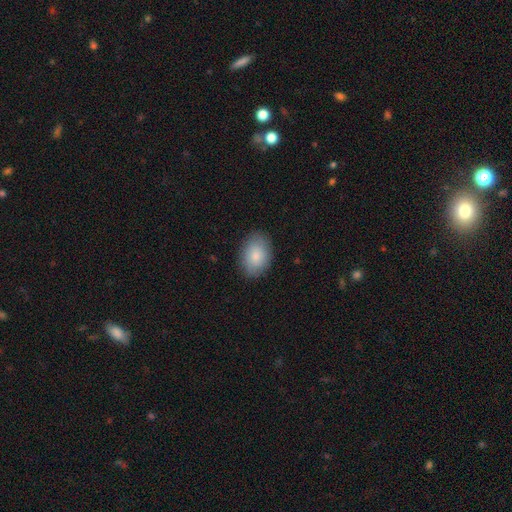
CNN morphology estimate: The model was most divided on "how rounded": in between: 81%, round: 18%, cigar-shaped: 1%. More confident: merging — none (85%); smooth or featured — smooth (83%).